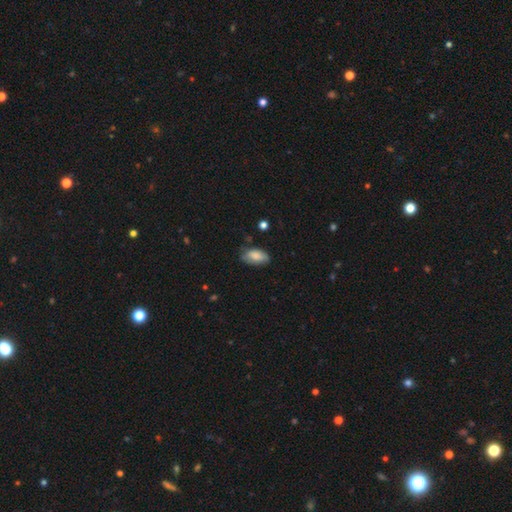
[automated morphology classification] This appears to be a smooth galaxy with no disk features (80%) that is in between round and cigar-shaped (93%). Merging: none (66%).